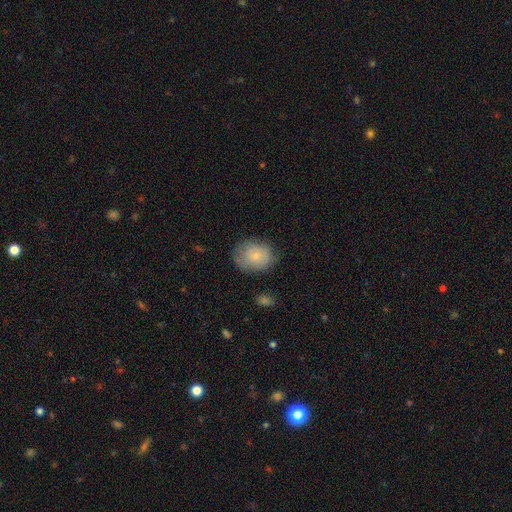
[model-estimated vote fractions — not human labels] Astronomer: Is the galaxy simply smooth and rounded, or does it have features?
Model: smooth — 77%.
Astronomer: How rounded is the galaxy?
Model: round — 59% (runner-up: in between, 40%).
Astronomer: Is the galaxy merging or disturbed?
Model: none — 67%.